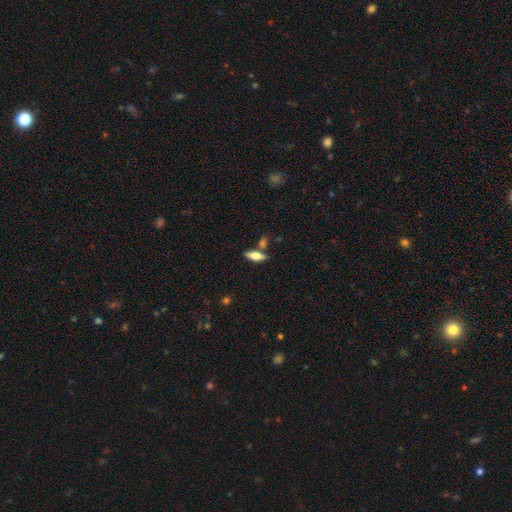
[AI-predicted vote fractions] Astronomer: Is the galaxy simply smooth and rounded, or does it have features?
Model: smooth — 60%.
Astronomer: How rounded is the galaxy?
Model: in between — 59% (runner-up: cigar-shaped, 39%).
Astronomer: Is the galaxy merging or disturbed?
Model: none — 71%.